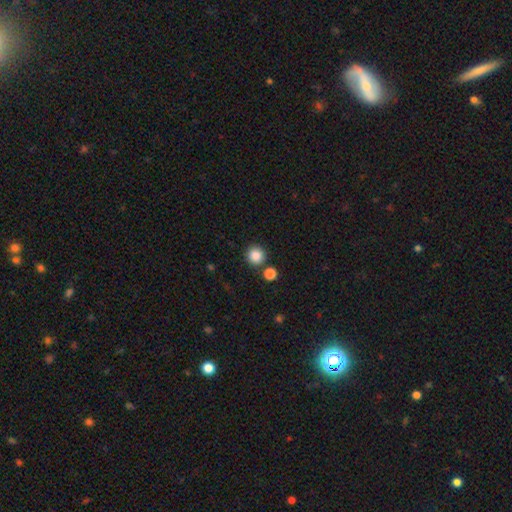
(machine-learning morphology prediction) smooth 86%, star or artifact 10%, featured or disk 4%. Down the decision tree: how rounded — round (93%); merging — none (83%).